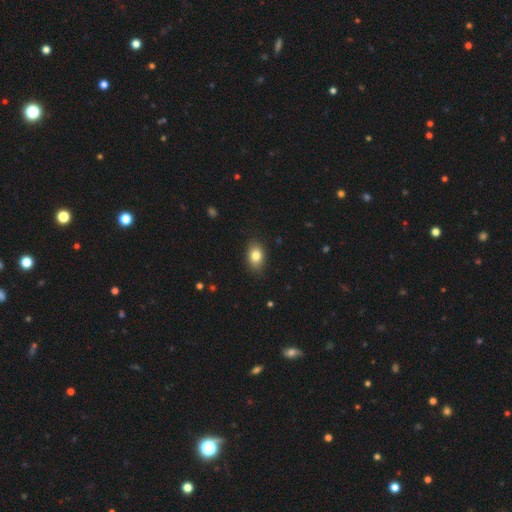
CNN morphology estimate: Smooth or featured: smooth — 82% (featured or disk — 9%)
How rounded: in between — 81% (round — 17%)
Merging: none — 86% (minor disturbance — 11%)